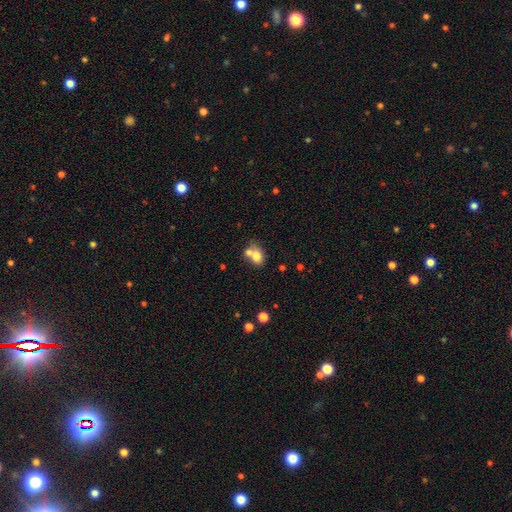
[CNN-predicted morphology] A smooth galaxy with no disk features (73%) that is in between round and cigar-shaped (64%). Merging: merger (48%).